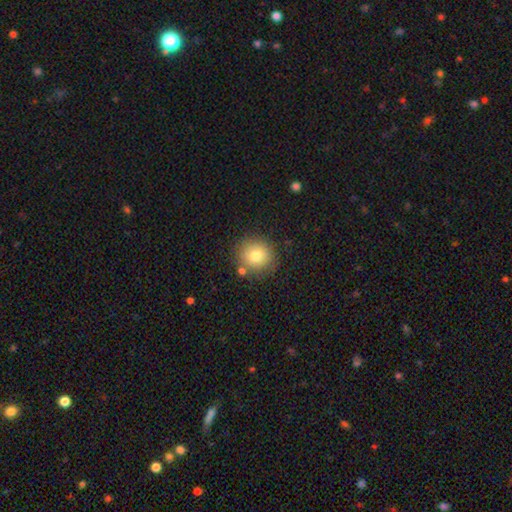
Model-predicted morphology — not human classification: Smooth or featured: smooth — 78% (star or artifact — 11%)
How rounded: round — 90% (in between — 9%)
Merging: none — 82% (minor disturbance — 10%)